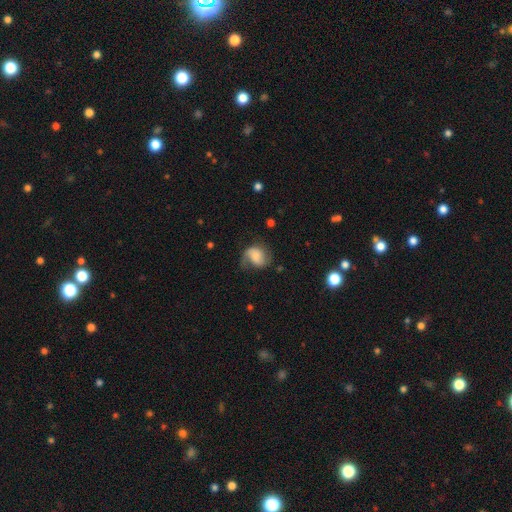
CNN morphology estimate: Smooth or featured? featured or disk (60%)
Edge-on disk? no (98%)
Bar? no (57%)
Spiral arms? yes (92%)
Spiral winding? medium (42%)
Spiral arm count? 2 (70%)
Bulge size? small (31%)
Merging? none (54%)